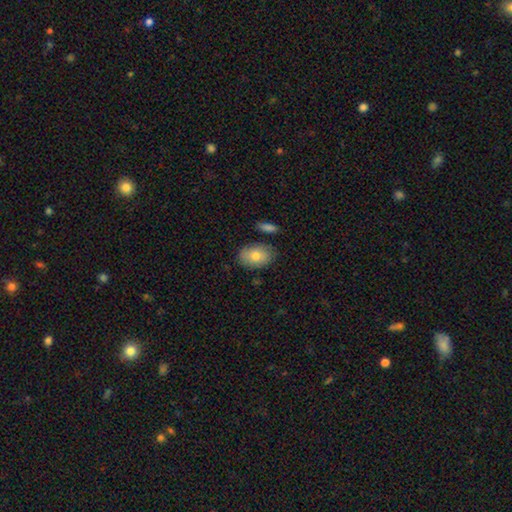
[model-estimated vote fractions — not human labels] A smooth galaxy with no disk features (77%) that is in between round and cigar-shaped (85%).

Vote fractions:
- Smooth or featured? smooth: 77% / featured or disk: 17% / star or artifact: 7%
- How rounded? in between: 85% / round: 13% / cigar-shaped: 1%
- Merging? none: 77% / minor disturbance: 15% / merger: 4% / major disturbance: 3%